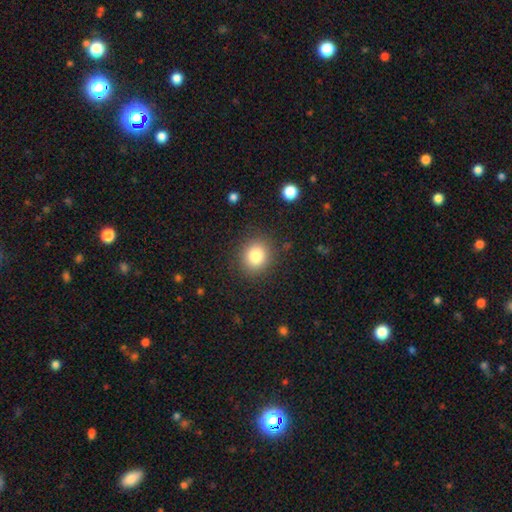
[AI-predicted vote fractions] A smooth galaxy with no disk features (82%) that is round (78%).

Vote fractions:
- Smooth or featured? smooth: 82% / star or artifact: 11% / featured or disk: 7%
- How rounded? round: 78% / in between: 21% / cigar-shaped: 1%
- Merging? none: 87% / minor disturbance: 8% / major disturbance: 3% / merger: 1%